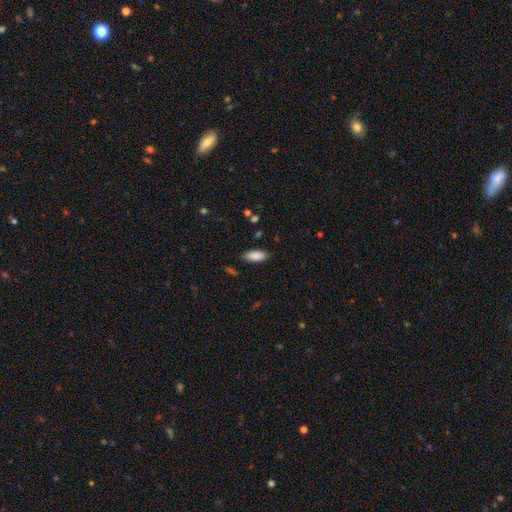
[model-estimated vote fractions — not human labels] This appears to be a smooth galaxy with no disk features (88%) that is in between round and cigar-shaped (86%). Merging: none (85%).